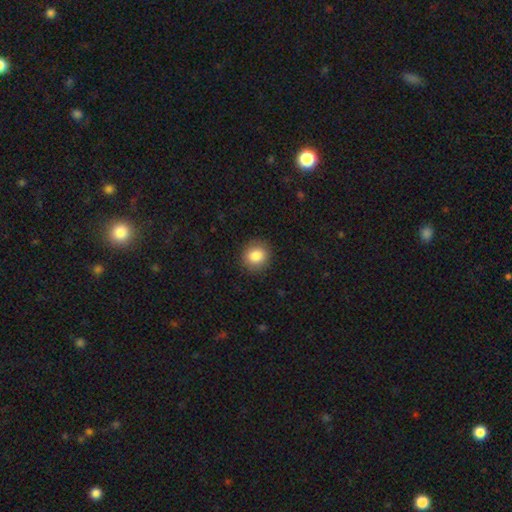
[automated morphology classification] This is clearly a smooth galaxy (86%). How rounded: clearly round (84%). Merging: clearly none (89%).